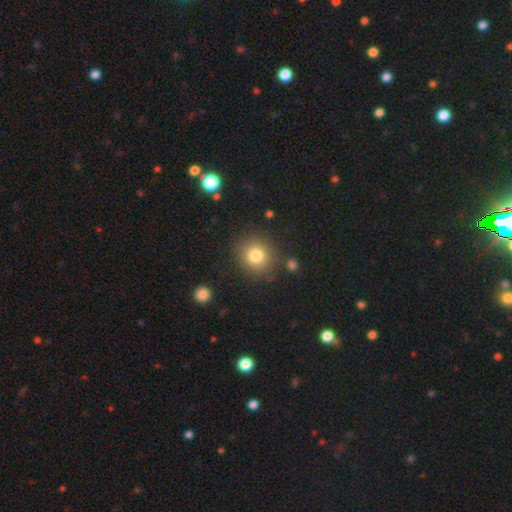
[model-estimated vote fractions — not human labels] A smooth galaxy with no disk features (81%) that is round (88%). Merging: none (84%).